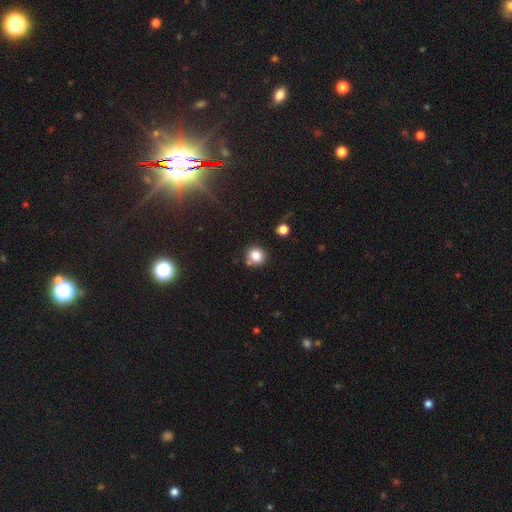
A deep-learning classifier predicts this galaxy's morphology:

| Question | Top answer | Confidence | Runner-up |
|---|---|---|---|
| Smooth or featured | smooth | 83% | star or artifact (11%) |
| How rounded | round | 86% | in between (13%) |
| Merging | none | 75% | minor disturbance (12%) |